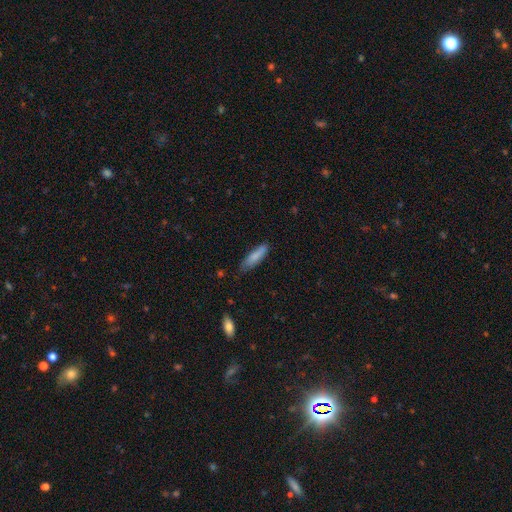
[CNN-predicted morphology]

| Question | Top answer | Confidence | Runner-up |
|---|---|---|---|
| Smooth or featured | smooth | 83% | featured or disk (10%) |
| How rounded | cigar-shaped | 68% | in between (31%) |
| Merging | none | 72% | minor disturbance (23%) |